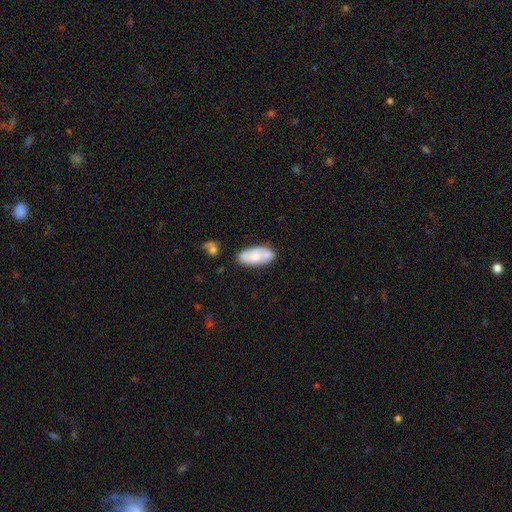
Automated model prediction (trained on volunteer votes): Smooth or featured? smooth (62%)
How rounded? in between (87%)
Merging? none (55%)